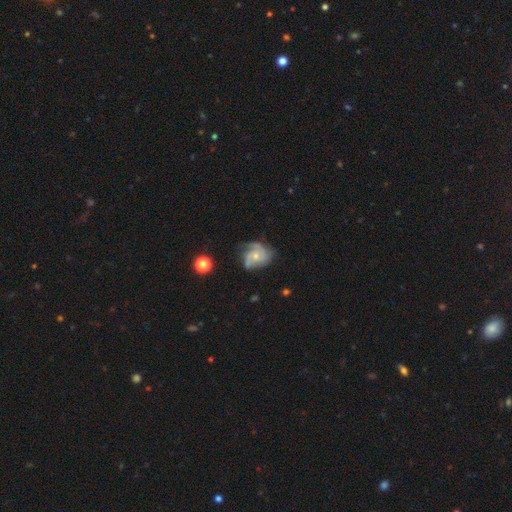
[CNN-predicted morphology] Smooth or featured? Predicted: featured or disk (p=0.79). Edge-on disk? Predicted: no (p=0.98). Bar? Predicted: no (p=0.77). Spiral arms? Predicted: yes (p=0.94). Spiral winding? Predicted: medium (p=0.45). Spiral arm count? Predicted: 3 (p=0.53). Bulge size? Predicted: small (p=0.57). Merging? Predicted: none (p=0.56).